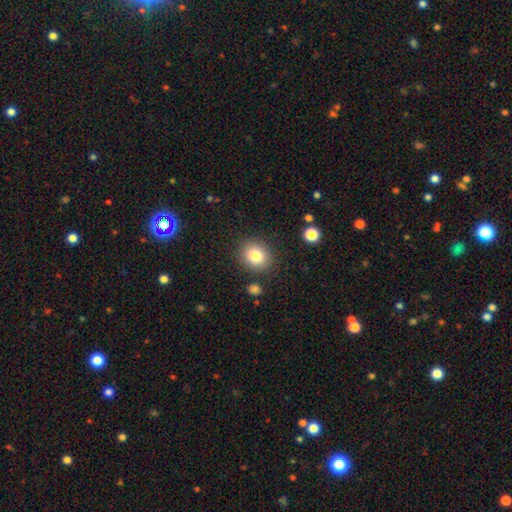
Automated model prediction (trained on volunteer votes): A smooth galaxy with no disk features (82%) that is round (70%).

Vote fractions:
- Smooth or featured? smooth: 82% / star or artifact: 10% / featured or disk: 8%
- How rounded? round: 70% / in between: 29% / cigar-shaped: 1%
- Merging? none: 84% / minor disturbance: 10% / major disturbance: 3% / merger: 3%